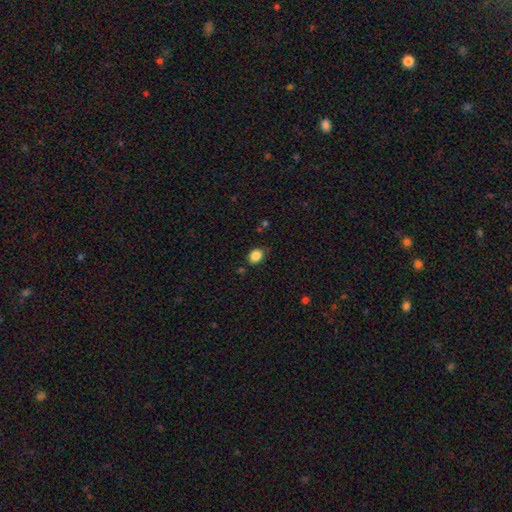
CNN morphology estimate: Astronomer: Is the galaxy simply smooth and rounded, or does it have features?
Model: smooth — 86%.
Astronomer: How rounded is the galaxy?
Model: in between — 54% (runner-up: round, 45%).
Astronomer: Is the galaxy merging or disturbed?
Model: none — 79%.